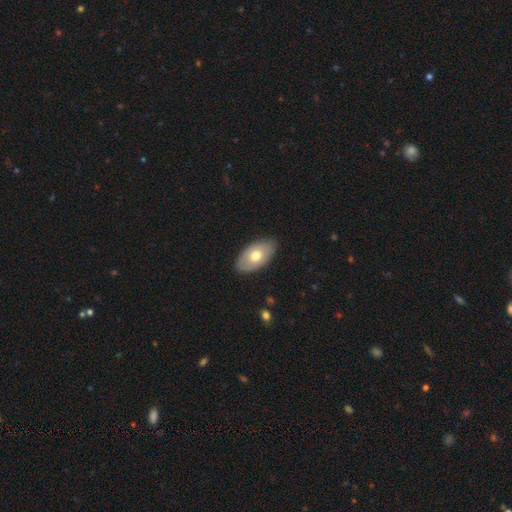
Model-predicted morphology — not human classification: This is likely a smooth galaxy (64%). How rounded: clearly in between (94%). Merging: clearly none (84%).